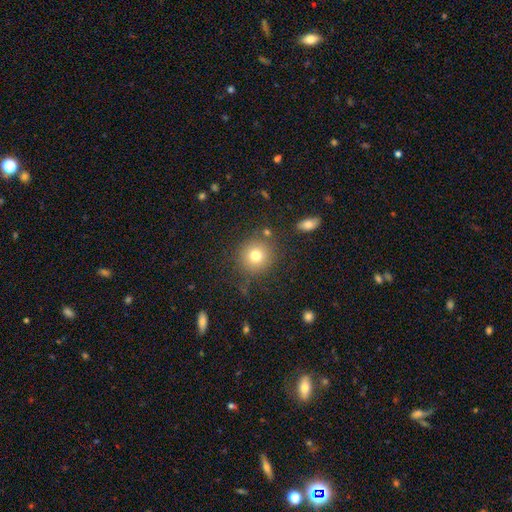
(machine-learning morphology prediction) Smooth or featured? smooth (77%)
How rounded? round (91%)
Merging? none (82%)